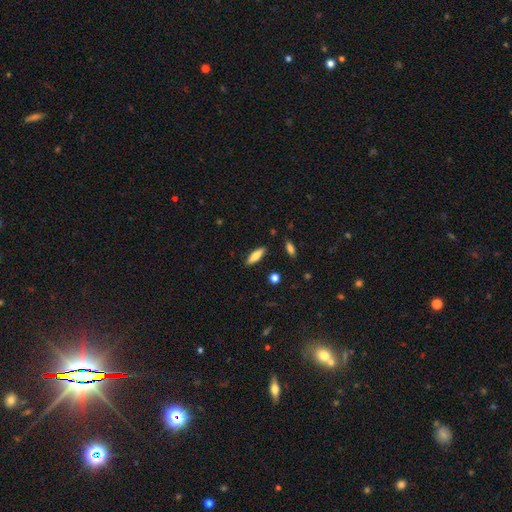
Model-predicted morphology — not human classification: smooth 74%, featured or disk 19%, star or artifact 7%. Down the decision tree: how rounded — cigar-shaped (54%); merging — none (88%).